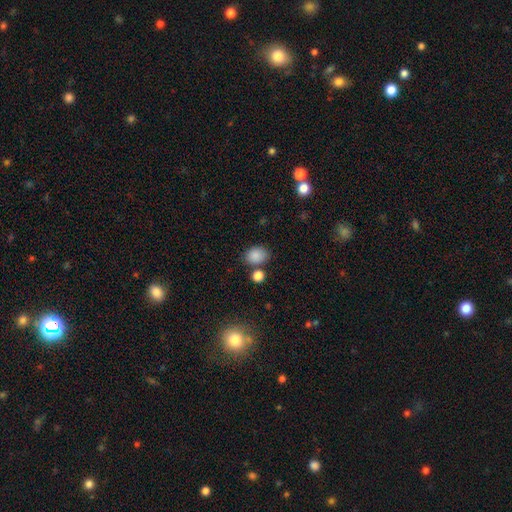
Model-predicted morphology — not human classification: A smooth galaxy with no disk features (86%) that is in between round and cigar-shaped (68%). Merging: none (68%).